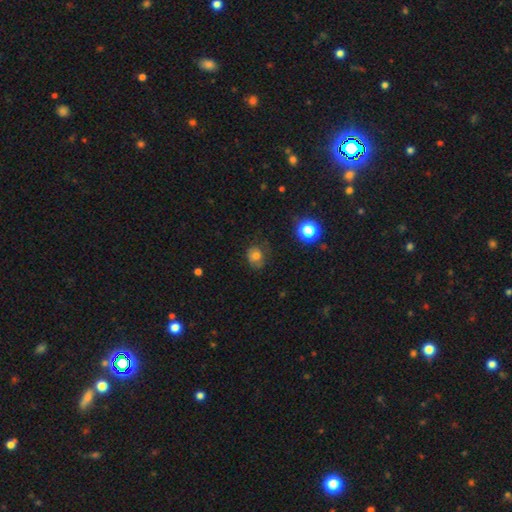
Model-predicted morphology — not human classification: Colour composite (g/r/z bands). It shows a smooth galaxy with no disk features (73%) that is round (67%). Merging: none (61%).